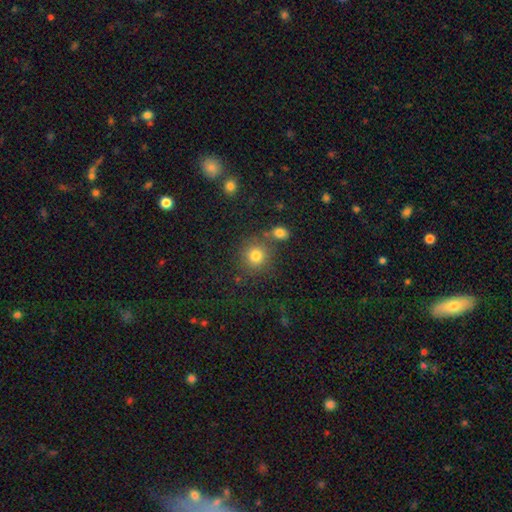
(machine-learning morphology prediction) Smooth or featured? Predicted: smooth (p=0.79). How rounded? Predicted: round (p=0.91). Merging? Predicted: none (p=0.74).